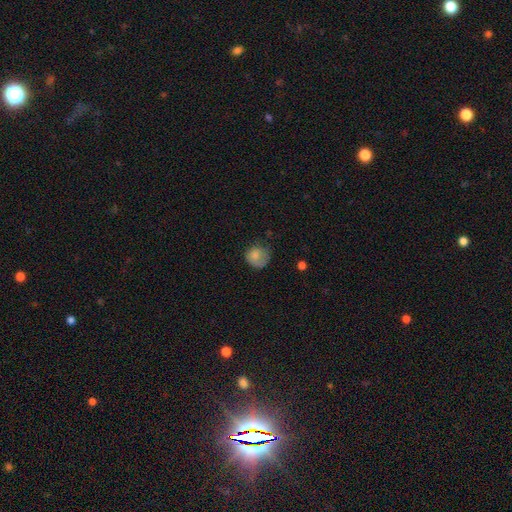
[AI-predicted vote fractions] smooth-or-featured: smooth: 77% | featured or disk: 14% | star or artifact: 9%
  how-rounded: round: 81% | in between: 18% | cigar-shaped: 1%
  merging: none: 49% | minor disturbance: 30% | major disturbance: 20% | merger: 2%